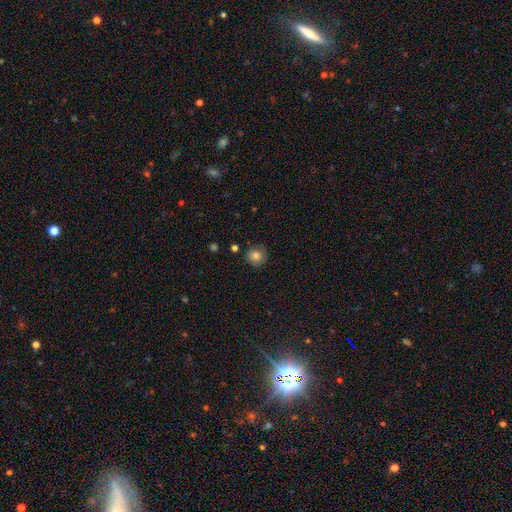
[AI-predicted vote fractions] smooth_or_featured: smooth (p=0.81) [alt: star or artifact p=0.11]
how_rounded: round (p=0.92) [alt: in between p=0.07]
merging: none (p=0.81) [alt: minor disturbance p=0.13]